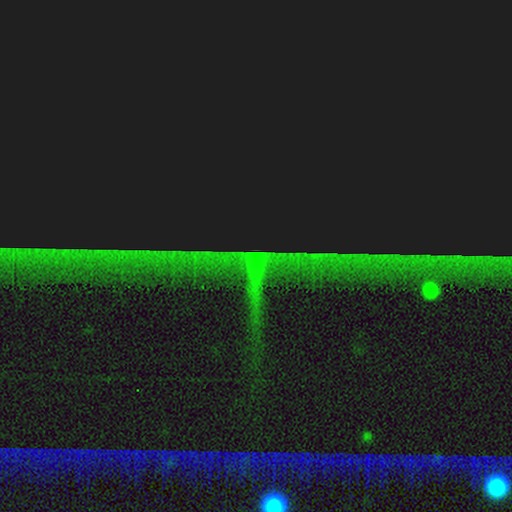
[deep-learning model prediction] This appears to be a star or artifact, not a galaxy (77%).